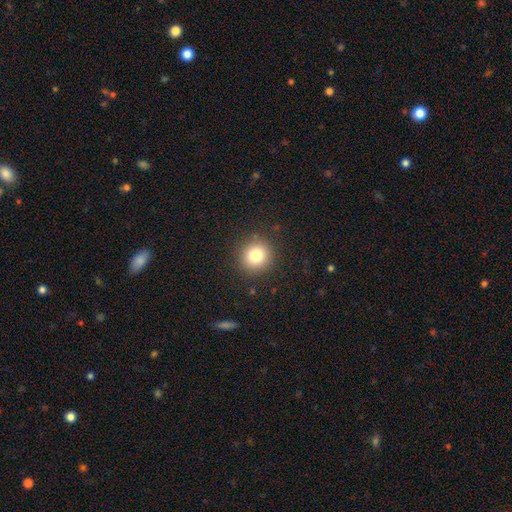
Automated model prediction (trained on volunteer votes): Smooth or featured? smooth (80%)
How rounded? round (92%)
Merging? none (89%)